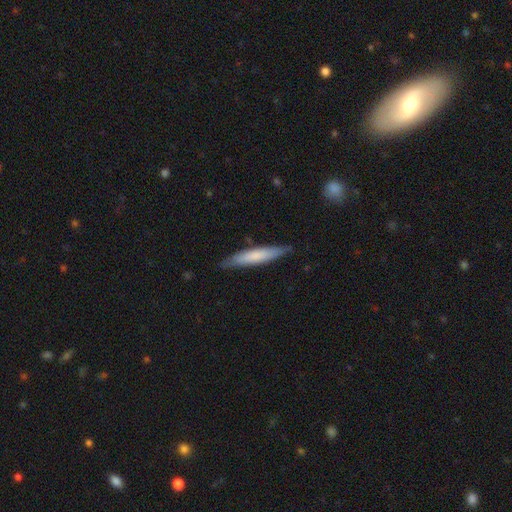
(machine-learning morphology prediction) A smooth galaxy with no disk features (66%) that is cigar-shaped (91%).

Vote fractions:
- Smooth or featured? smooth: 66% / featured or disk: 29% / star or artifact: 5%
- How rounded? cigar-shaped: 91% / in between: 8% / round: 1%
- Merging? none: 85% / minor disturbance: 12% / major disturbance: 2% / merger: 1%